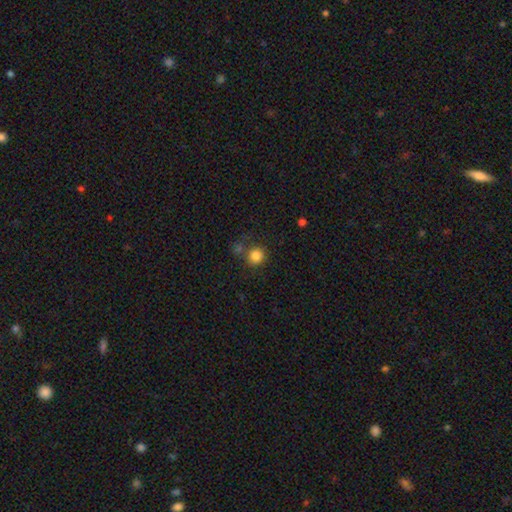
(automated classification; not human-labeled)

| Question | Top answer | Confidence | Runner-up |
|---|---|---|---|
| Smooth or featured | smooth | 83% | star or artifact (11%) |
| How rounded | round | 91% | in between (8%) |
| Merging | none | 69% | merger (15%) |